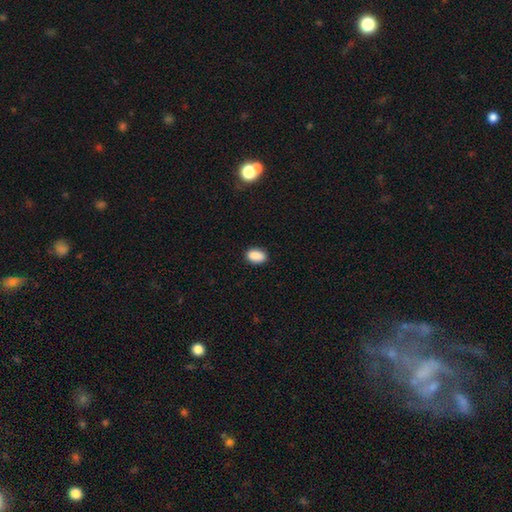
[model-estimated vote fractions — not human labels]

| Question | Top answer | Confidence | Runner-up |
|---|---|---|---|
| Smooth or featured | smooth | 89% | star or artifact (8%) |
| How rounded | in between | 88% | round (10%) |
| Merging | none | 87% | minor disturbance (10%) |